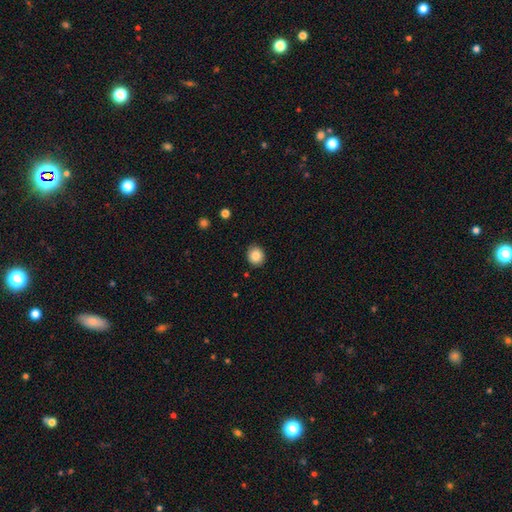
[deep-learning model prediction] Smooth or featured? Predicted: smooth (p=0.85). How rounded? Predicted: round (p=0.80). Merging? Predicted: none (p=0.89).